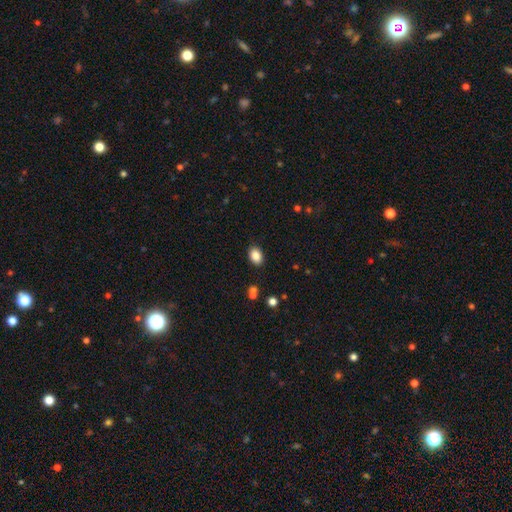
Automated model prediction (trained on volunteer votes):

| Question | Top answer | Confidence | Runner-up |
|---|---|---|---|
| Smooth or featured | smooth | 87% | star or artifact (9%) |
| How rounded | in between | 80% | round (19%) |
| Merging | none | 87% | minor disturbance (9%) |